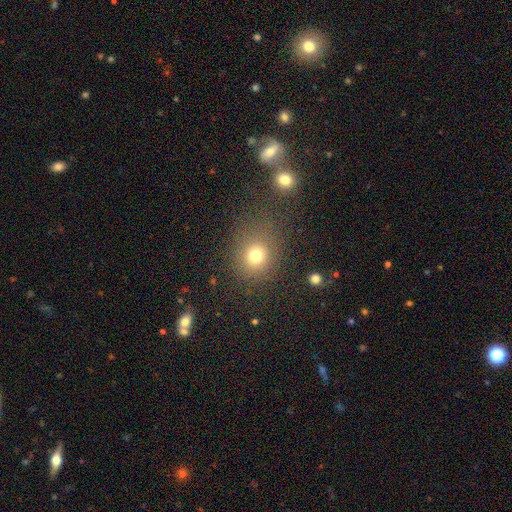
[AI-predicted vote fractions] Smooth or featured? smooth (75%)
How rounded? round (76%)
Merging? none (73%)